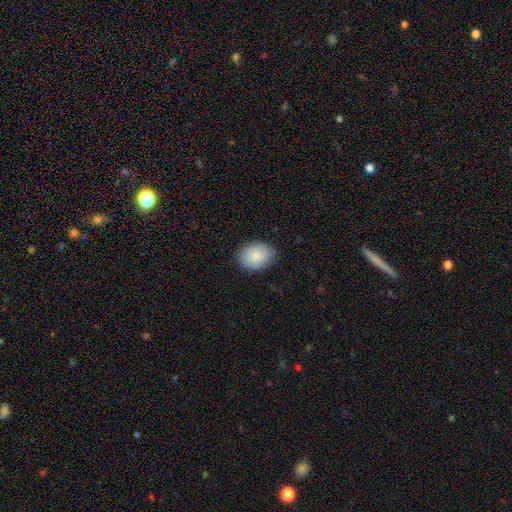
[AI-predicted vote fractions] smooth-or-featured: smooth: 87% | star or artifact: 7% | featured or disk: 6%
  how-rounded: in between: 70% | round: 29% | cigar-shaped: 1%
  merging: none: 84% | minor disturbance: 13% | major disturbance: 3% | merger: 1%